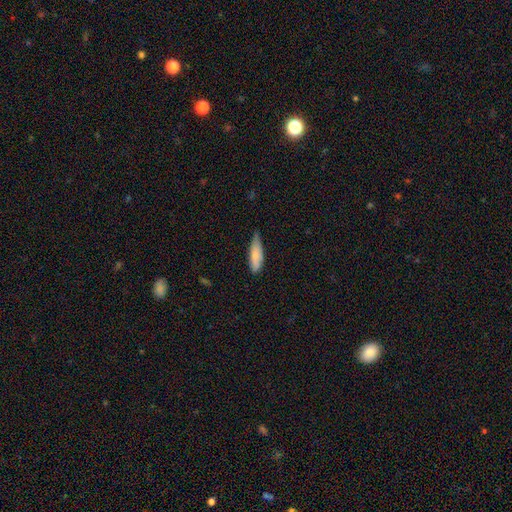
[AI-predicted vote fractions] smooth_or_featured: smooth (p=0.78) [alt: featured or disk p=0.16]
how_rounded: in between (p=0.52) [alt: cigar-shaped p=0.46]
merging: minor disturbance (p=0.46) [alt: none p=0.44]